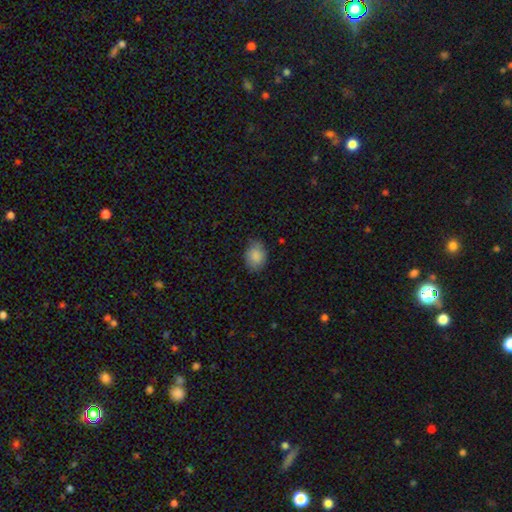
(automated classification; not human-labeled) smooth 87%, star or artifact 7%, featured or disk 5%. Down the decision tree: how rounded — in between (63%); merging — none (76%).